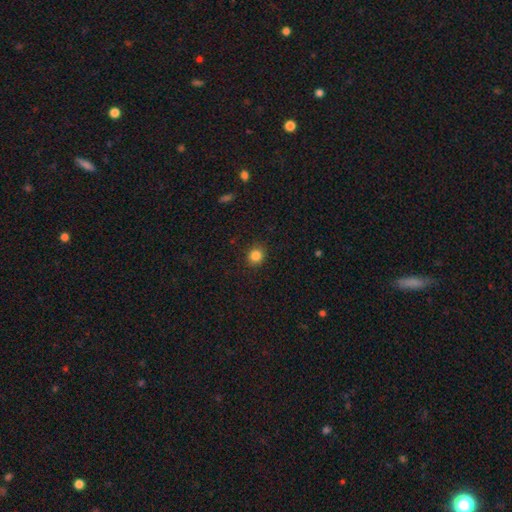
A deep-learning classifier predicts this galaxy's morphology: The model was most divided on "how rounded": round: 80%, in between: 19%, cigar-shaped: 1%. More confident: merging — none (89%); smooth or featured — smooth (85%).